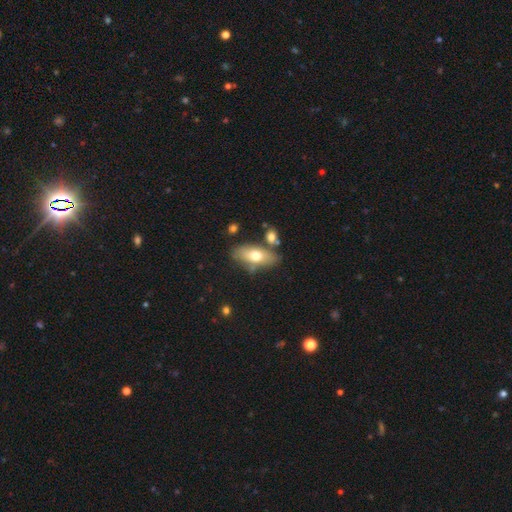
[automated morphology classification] smooth 66%, featured or disk 28%, star or artifact 7%. Down the decision tree: how rounded — in between (84%); merging — none (70%).